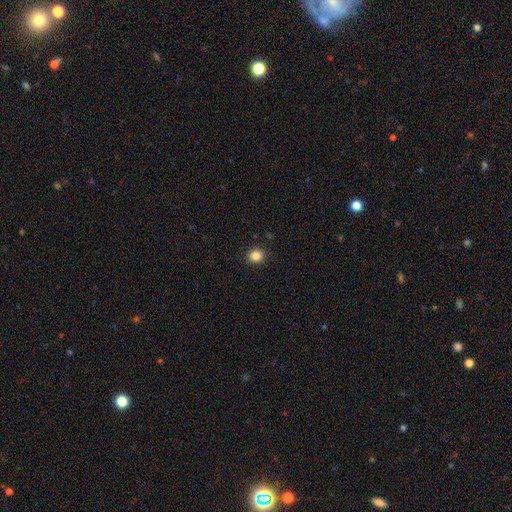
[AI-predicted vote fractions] Smooth or featured? smooth (85%)
How rounded? round (81%)
Merging? none (90%)